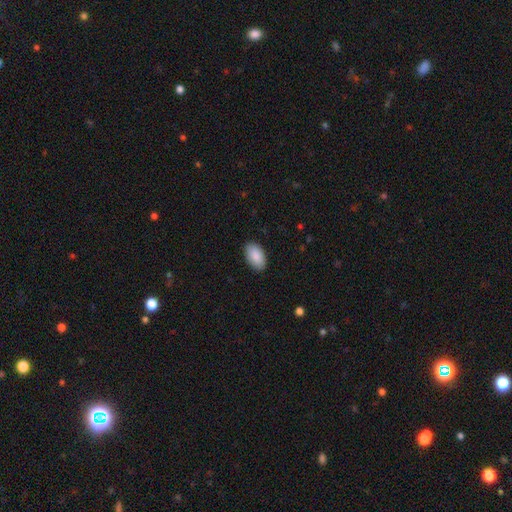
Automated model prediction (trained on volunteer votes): Smooth or featured: smooth — 90% (star or artifact — 6%)
How rounded: in between — 95% (round — 3%)
Merging: none — 88% (minor disturbance — 9%)